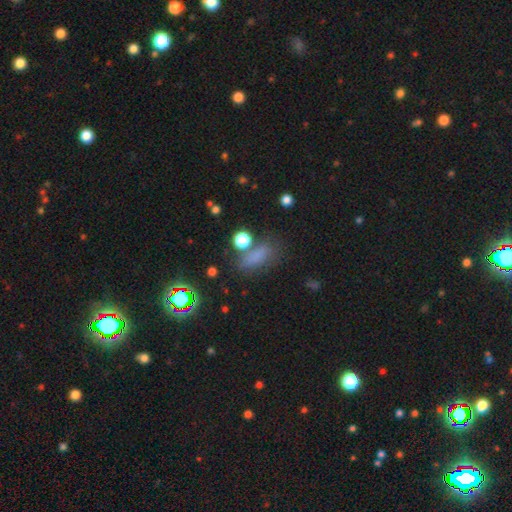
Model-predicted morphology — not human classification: Smooth or featured? Predicted: smooth (p=0.67). How rounded? Predicted: in between (p=0.64). Merging? Predicted: none (p=0.63).